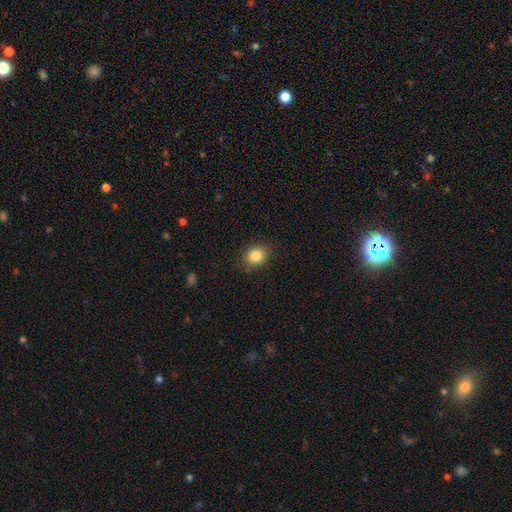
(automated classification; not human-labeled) A smooth galaxy with no disk features (85%) that is round (67%). Merging: none (86%).